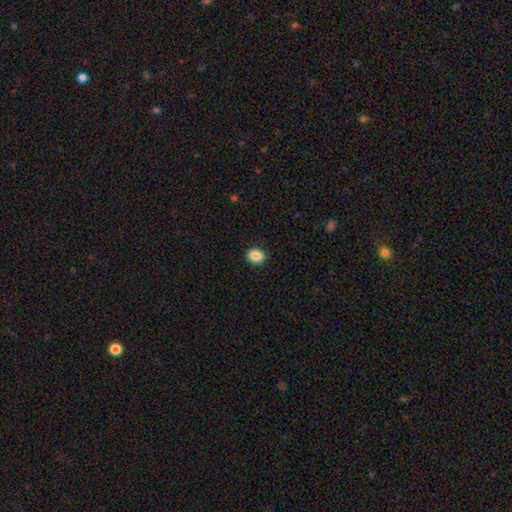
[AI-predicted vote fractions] A smooth galaxy with no disk features (88%) that is round (59%).

Vote fractions:
- Smooth or featured? smooth: 88% / star or artifact: 9% / featured or disk: 3%
- How rounded? round: 59% / in between: 40% / cigar-shaped: 1%
- Merging? none: 90% / minor disturbance: 7% / major disturbance: 2% / merger: 1%